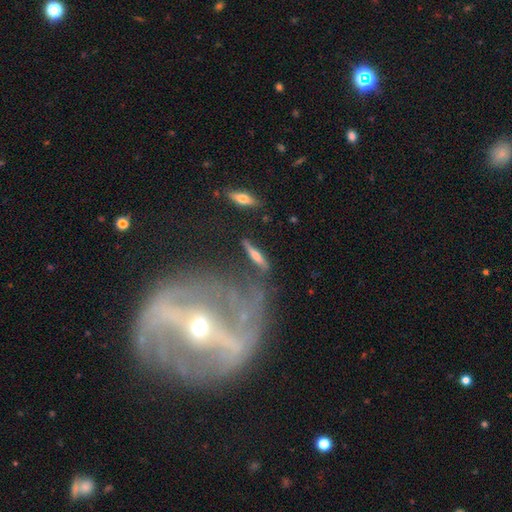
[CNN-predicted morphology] Smooth or featured?
  - featured or disk: 52% *
  - smooth: 37%
  - star or artifact: 10%
Edge-on disk?
  - yes: 71% *
  - no: 29%
Merging?
  - none: 70% *
  - minor disturbance: 15%
  - merger: 9%
  - major disturbance: 7%